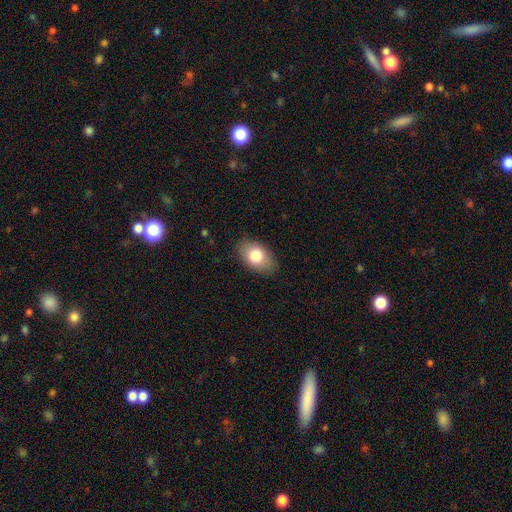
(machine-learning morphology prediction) The model was most divided on "smooth or featured": smooth: 79%, featured or disk: 14%, star or artifact: 7%. More confident: how rounded — in between (88%); merging — none (84%).